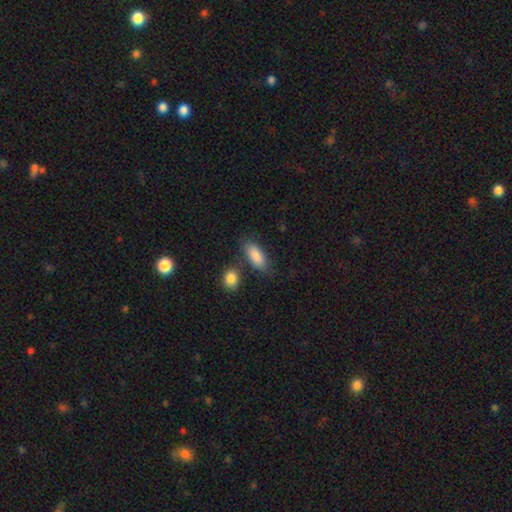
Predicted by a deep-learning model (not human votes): smooth-or-featured: smooth: 86% | featured or disk: 7% | star or artifact: 6%
  how-rounded: in between: 86% | cigar-shaped: 11% | round: 3%
  merging: none: 69% | minor disturbance: 16% | merger: 11% | major disturbance: 5%